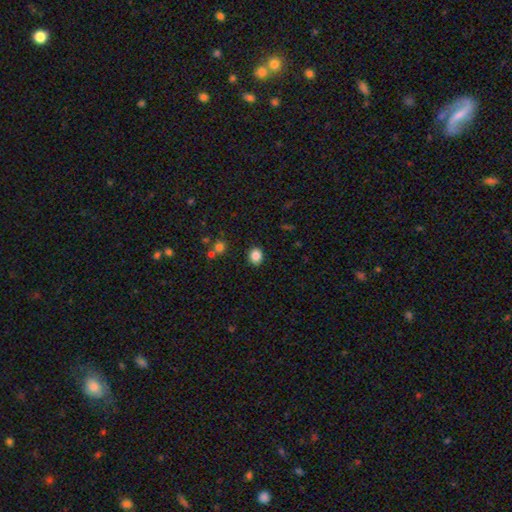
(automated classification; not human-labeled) smooth 85%, star or artifact 10%, featured or disk 5%. Down the decision tree: how rounded — round (60%); merging — none (89%).